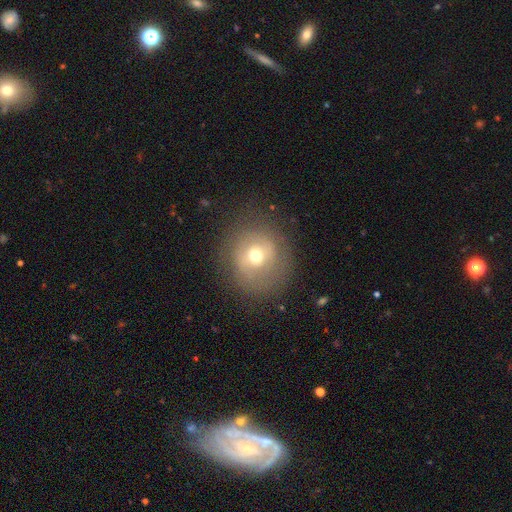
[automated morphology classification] Overall: smooth (55%; featured or disk 32%). How rounded: round (87%). Merging: none (74%).